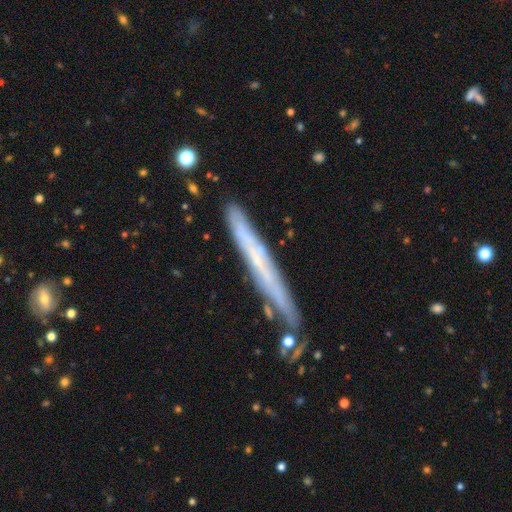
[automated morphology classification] Smooth or featured?
  - featured or disk: 57% *
  - smooth: 35%
  - star or artifact: 7%
Edge-on disk?
  - yes: 89% *
  - no: 11%
Edge-on bulge?
  - none: 85% *
  - rounded: 12%
  - boxy: 3%
Merging?
  - none: 81% *
  - minor disturbance: 13%
  - merger: 4%
  - major disturbance: 2%